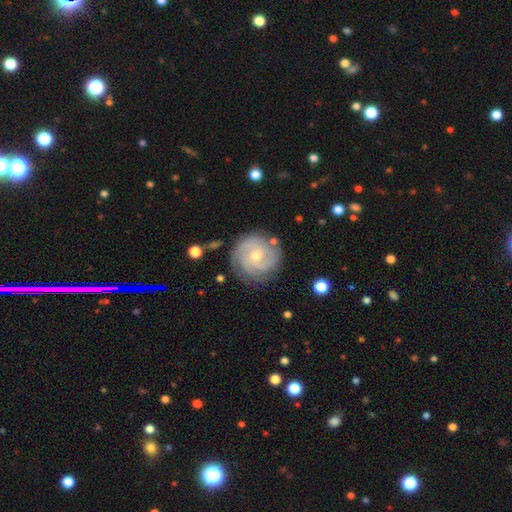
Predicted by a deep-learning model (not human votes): Smooth or featured?
  - featured or disk: 83% *
  - smooth: 11%
  - star or artifact: 6%
Edge-on disk?
  - no: 98% *
  - yes: 2%
Bar?
  - no: 59% *
  - weak: 35%
  - strong: 6%
Spiral arms?
  - yes: 96% *
  - no: 4%
Spiral winding?
  - tight: 65% *
  - medium: 29%
  - loose: 6%
Spiral arm count?
  - 3: 33% *
  - 2: 24%
  - can't tell: 21%
  - 4: 12%
  - 1: 5%
  - more than 4: 5%
Bulge size?
  - small: 60% *
  - moderate: 36%
  - none: 1%
  - large: 1%
  - dominant: 1%
Merging?
  - none: 79% *
  - minor disturbance: 14%
  - major disturbance: 5%
  - merger: 2%